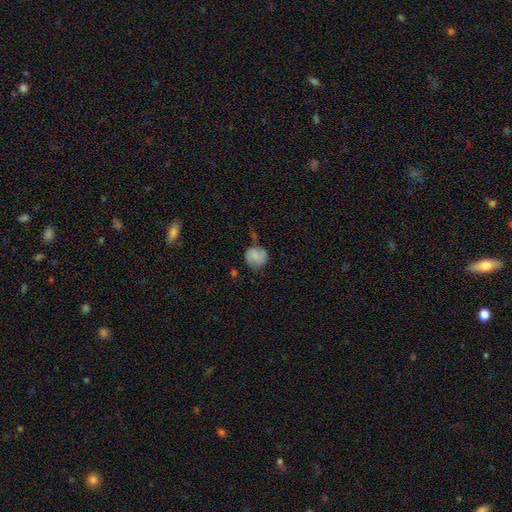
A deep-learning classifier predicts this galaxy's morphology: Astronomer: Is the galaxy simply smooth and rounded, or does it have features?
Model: smooth — 69%.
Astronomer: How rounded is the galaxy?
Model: round — 80%.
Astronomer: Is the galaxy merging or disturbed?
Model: none — 55%.